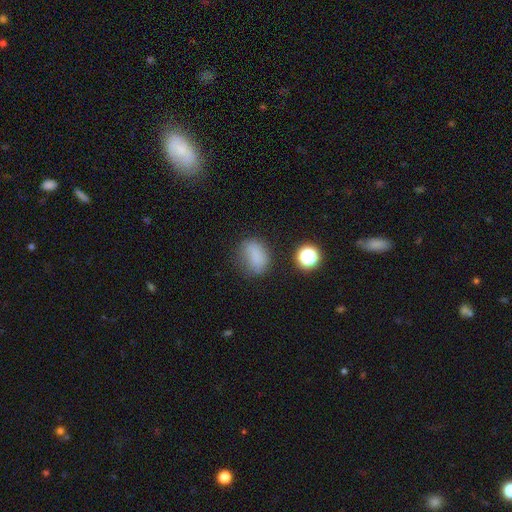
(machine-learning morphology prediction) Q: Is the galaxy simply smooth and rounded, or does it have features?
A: smooth — 76%.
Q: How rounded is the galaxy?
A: in between — 67%.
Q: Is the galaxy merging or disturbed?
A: none — 61%.